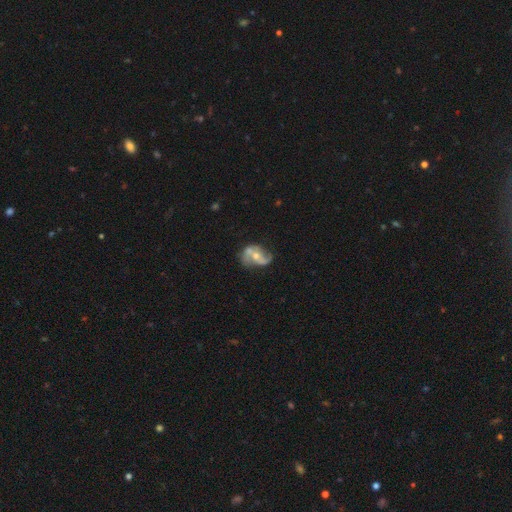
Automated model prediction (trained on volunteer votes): Q: Smooth or featured?
A: featured or disk (79%); runner-up: smooth (15%)
Q: Edge-on disk?
A: no (97%); runner-up: yes (3%)
Q: Bar?
A: no (52%); runner-up: weak (34%)
Q: Spiral arms?
A: yes (88%); runner-up: no (12%)
Q: Spiral winding?
A: loose (57%); runner-up: medium (34%)
Q: Spiral arm count?
A: 2 (85%); runner-up: can't tell (5%)
Q: Bulge size?
A: moderate (58%); runner-up: small (35%)
Q: Merging?
A: none (50%); runner-up: minor disturbance (23%)